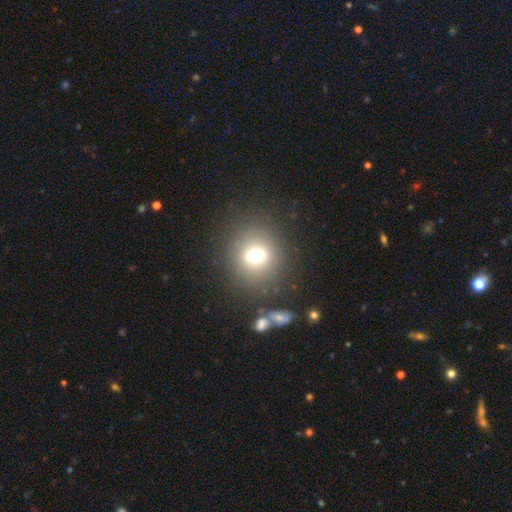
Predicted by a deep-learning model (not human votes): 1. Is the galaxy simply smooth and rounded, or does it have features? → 68% smooth, 16% featured or disk, 15% star or artifact.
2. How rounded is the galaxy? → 73% round, 26% in between, 1% cigar-shaped.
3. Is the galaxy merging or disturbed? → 79% none, 10% minor disturbance, 6% merger, 5% major disturbance.